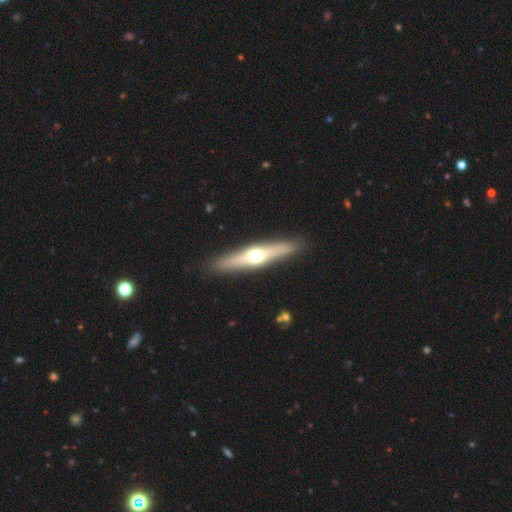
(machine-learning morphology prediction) This appears to be a featured or disk galaxy (60%) viewed edge-on (94%) with a rounded central bulge (93%). Merging: none (91%).